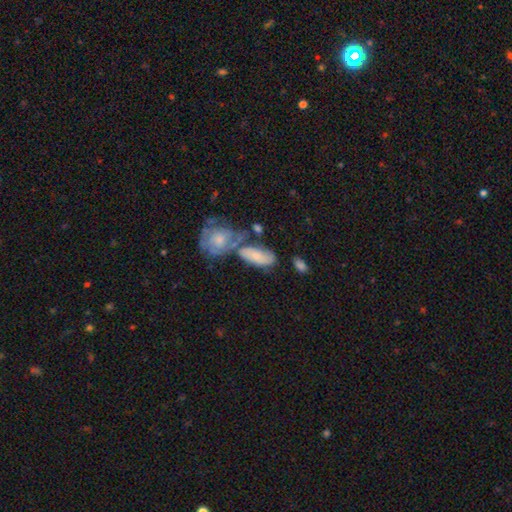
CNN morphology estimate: Smooth or featured? smooth (62%)
How rounded? in between (84%)
Merging? none (38%)